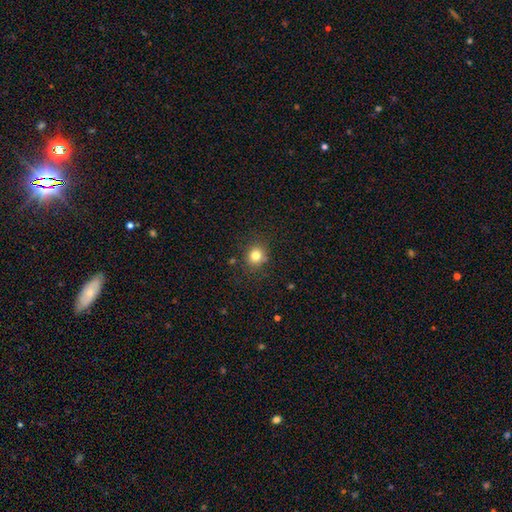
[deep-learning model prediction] Smooth or featured?
  - smooth: 80% *
  - star or artifact: 13%
  - featured or disk: 7%
How rounded?
  - round: 80% *
  - in between: 19%
  - cigar-shaped: 1%
Merging?
  - none: 83% *
  - minor disturbance: 11%
  - major disturbance: 3%
  - merger: 3%